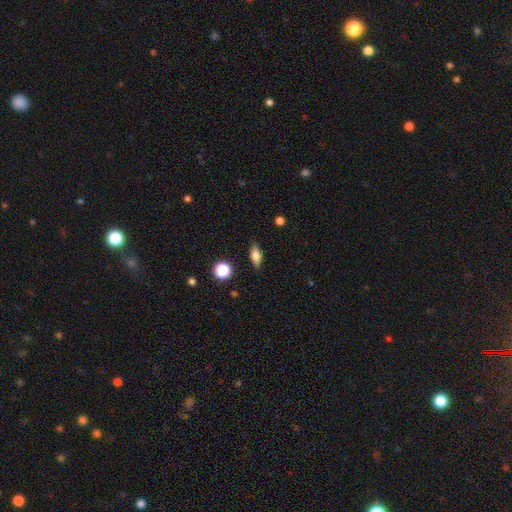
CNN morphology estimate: Overall: smooth (73%). How rounded: in between (73%). Merging: none (87%).